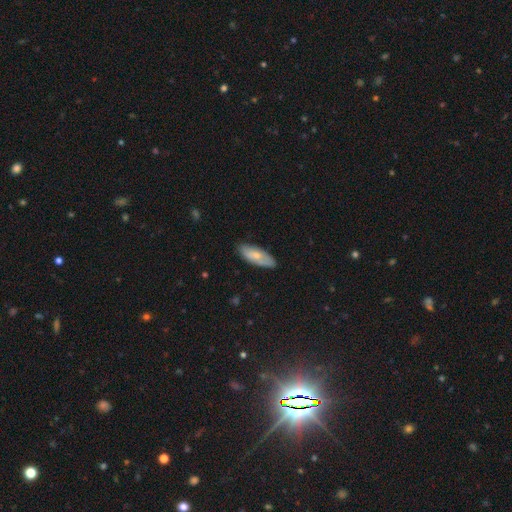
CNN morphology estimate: This is likely a smooth galaxy (65%). How rounded: likely in between (72%). Merging: likely none (77%).